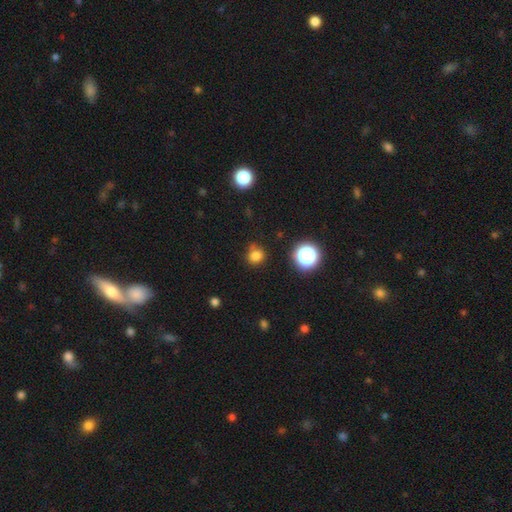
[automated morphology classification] The model was most divided on "merging": none: 74%, minor disturbance: 18%, major disturbance: 4%, merger: 4%. More confident: how rounded — round (85%); smooth or featured — smooth (78%).